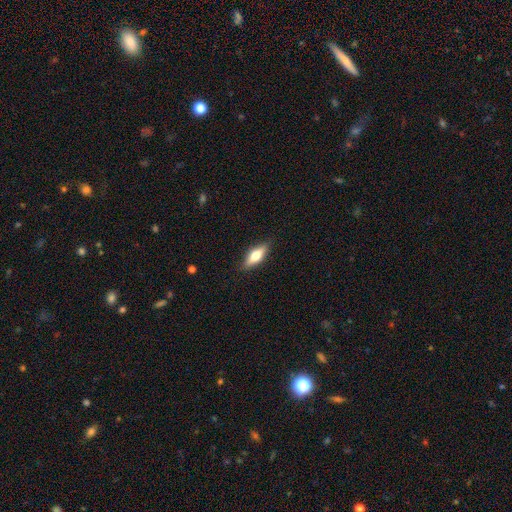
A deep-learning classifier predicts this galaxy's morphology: This appears to be a smooth galaxy with no disk features (57%) that is in between round and cigar-shaped (59%). Merging: none (87%).